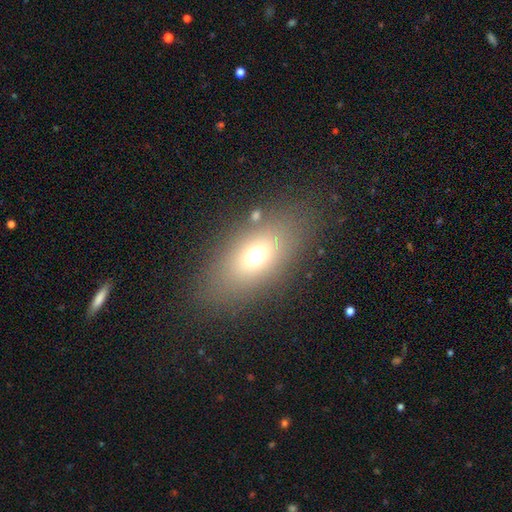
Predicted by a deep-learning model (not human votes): smooth-or-featured: smooth: 65% | featured or disk: 18% | star or artifact: 18%
  how-rounded: in between: 75% | round: 20% | cigar-shaped: 5%
  merging: none: 79% | minor disturbance: 10% | major disturbance: 7% | merger: 3%